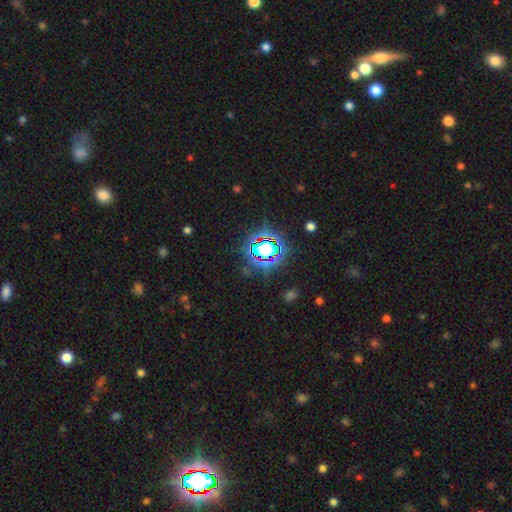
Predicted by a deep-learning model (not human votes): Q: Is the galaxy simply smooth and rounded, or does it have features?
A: star or artifact — 79%.